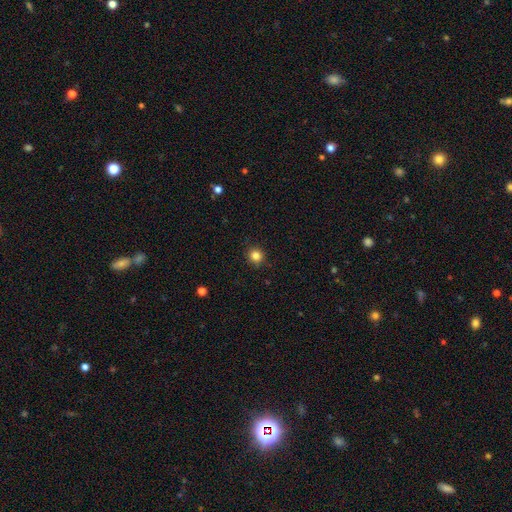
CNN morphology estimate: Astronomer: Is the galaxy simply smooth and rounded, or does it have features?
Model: smooth — 83%.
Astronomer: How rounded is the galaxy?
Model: round — 91%.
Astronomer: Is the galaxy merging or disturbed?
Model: none — 91%.